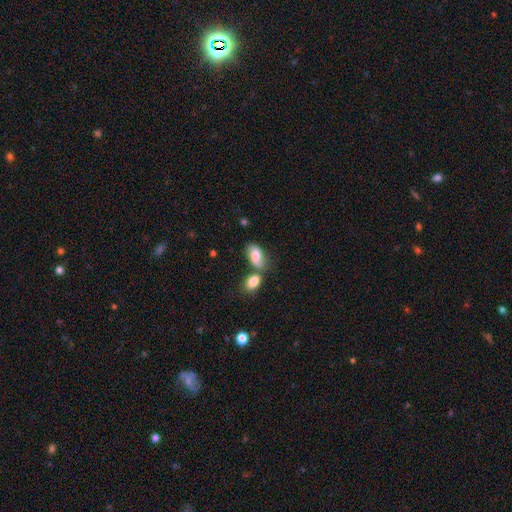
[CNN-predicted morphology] Smooth or featured?
  - smooth: 73% *
  - featured or disk: 20%
  - star or artifact: 8%
How rounded?
  - in between: 92% *
  - round: 6%
  - cigar-shaped: 3%
Merging?
  - none: 45% *
  - merger: 34%
  - minor disturbance: 15%
  - major disturbance: 6%